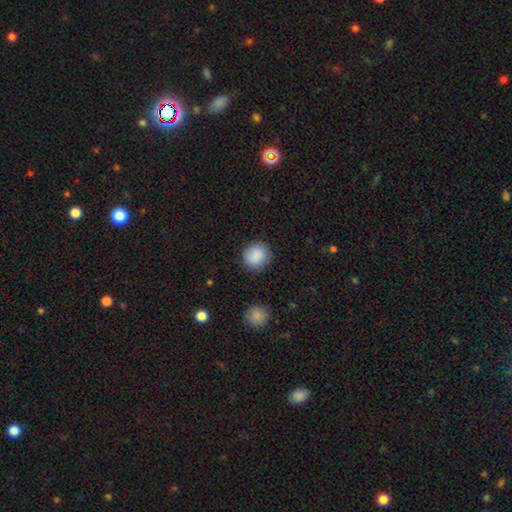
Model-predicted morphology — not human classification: Overall: smooth (89%). How rounded: round (86%). Merging: none (86%).